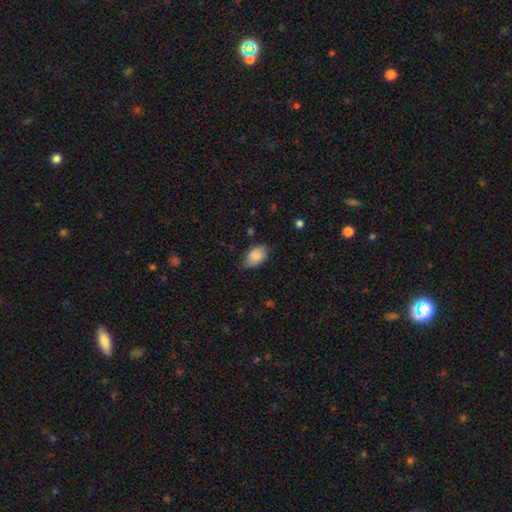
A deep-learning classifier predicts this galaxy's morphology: Smooth or featured? smooth (86%)
How rounded? in between (88%)
Merging? none (64%)